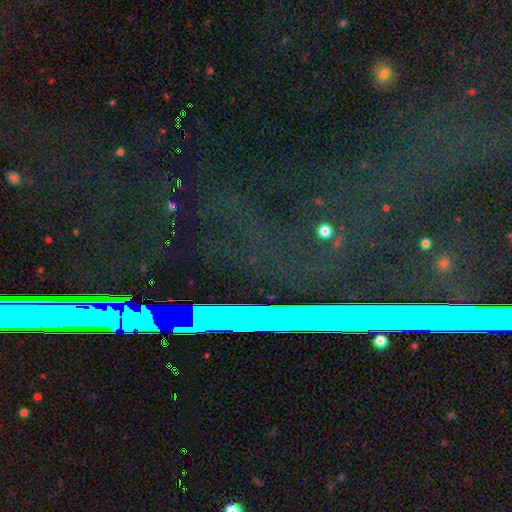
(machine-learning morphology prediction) Smooth or featured? Predicted: star or artifact (p=0.78).